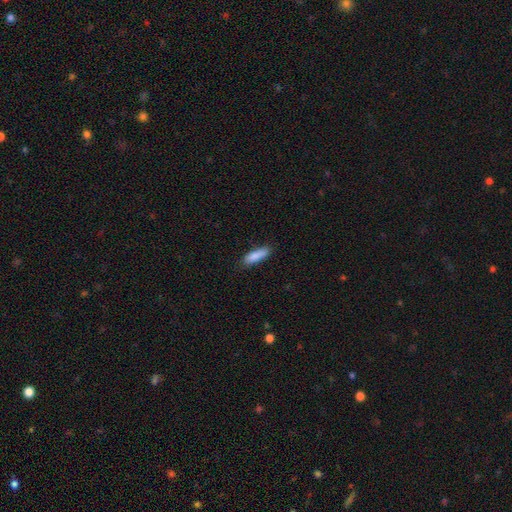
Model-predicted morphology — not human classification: Smooth or featured?
  - smooth: 86% *
  - featured or disk: 7%
  - star or artifact: 6%
How rounded?
  - cigar-shaped: 58% *
  - in between: 40%
  - round: 2%
Merging?
  - none: 82% *
  - minor disturbance: 15%
  - major disturbance: 2%
  - merger: 1%